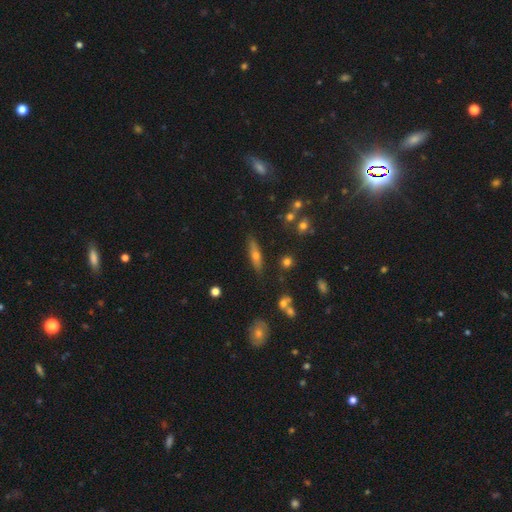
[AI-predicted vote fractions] Morphology: type=smooth (44%); merging=none (82%).